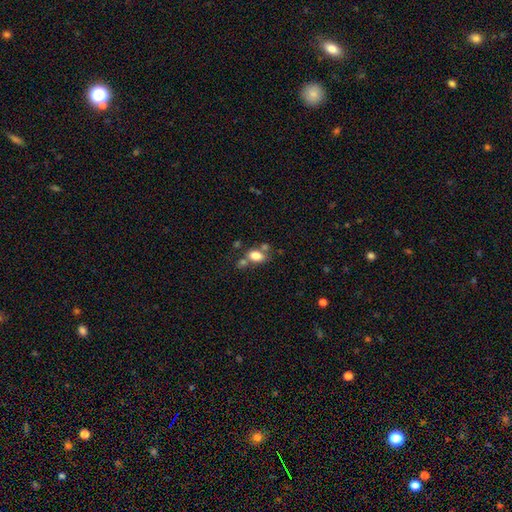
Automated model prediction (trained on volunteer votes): Overall: smooth (78%). How rounded: in between (82%). Merging: none (49%; merger 29%).